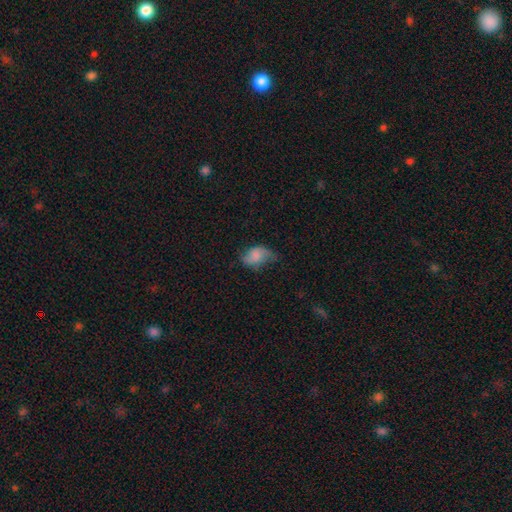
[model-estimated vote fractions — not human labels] smooth 59%, featured or disk 32%, star or artifact 9%. Down the decision tree: how rounded — in between (83%); merging — none (45%).